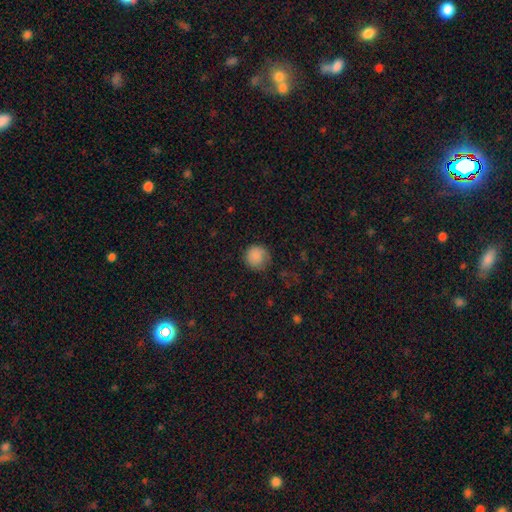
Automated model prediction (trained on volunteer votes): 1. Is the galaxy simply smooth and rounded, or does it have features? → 86% smooth, 8% star or artifact, 6% featured or disk.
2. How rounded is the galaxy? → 91% round, 8% in between, 1% cigar-shaped.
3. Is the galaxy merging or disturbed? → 74% none, 19% minor disturbance, 6% major disturbance, 1% merger.